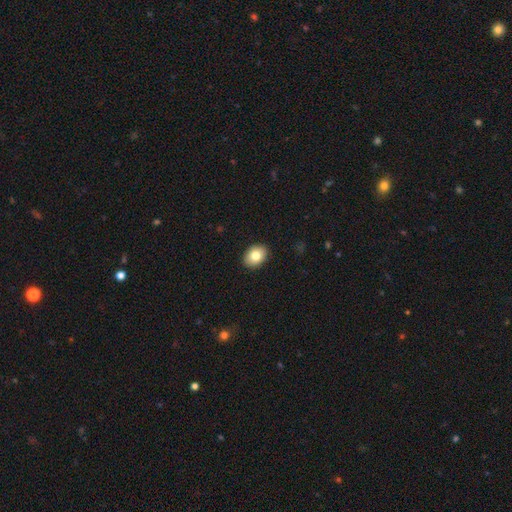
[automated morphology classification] type=smooth (81%); roundness=in between (73%); merging=none (91%).